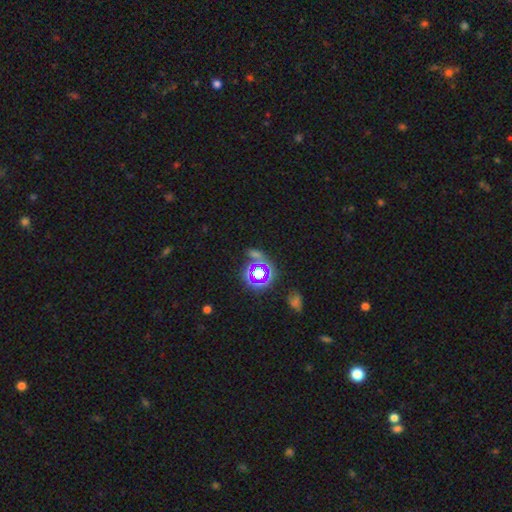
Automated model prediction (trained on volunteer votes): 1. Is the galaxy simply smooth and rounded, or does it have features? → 66% star or artifact, 23% smooth, 11% featured or disk.